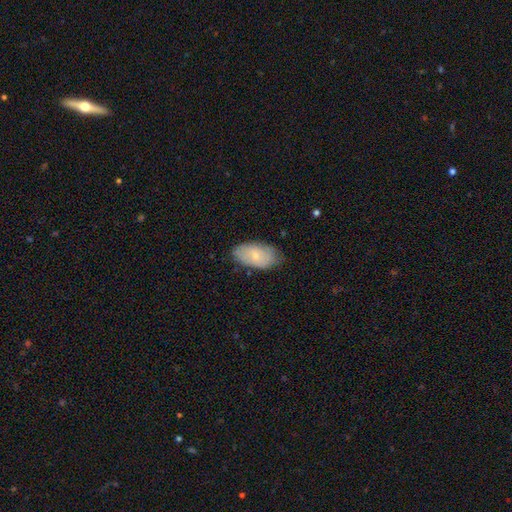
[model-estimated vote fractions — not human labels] smooth-or-featured: smooth: 73% | featured or disk: 21% | star or artifact: 6%
  how-rounded: in between: 94% | round: 3% | cigar-shaped: 2%
  merging: none: 74% | minor disturbance: 21% | major disturbance: 4% | merger: 1%